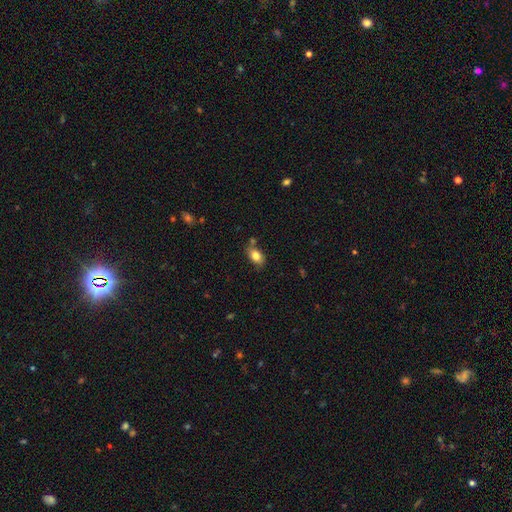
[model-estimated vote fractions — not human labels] The model was most divided on "merging": none: 71%, minor disturbance: 17%, merger: 9%, major disturbance: 4%. More confident: how rounded — in between (84%); smooth or featured — smooth (81%).